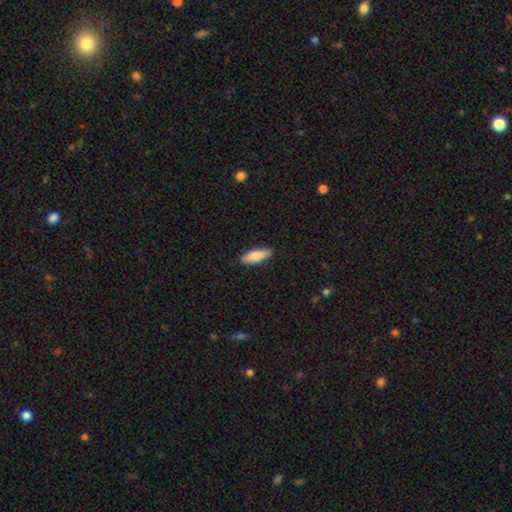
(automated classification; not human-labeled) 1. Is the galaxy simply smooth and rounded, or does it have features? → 78% smooth, 16% featured or disk, 6% star or artifact.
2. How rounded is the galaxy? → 57% in between, 41% cigar-shaped, 2% round.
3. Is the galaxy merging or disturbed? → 88% none, 9% minor disturbance, 2% major disturbance, 1% merger.